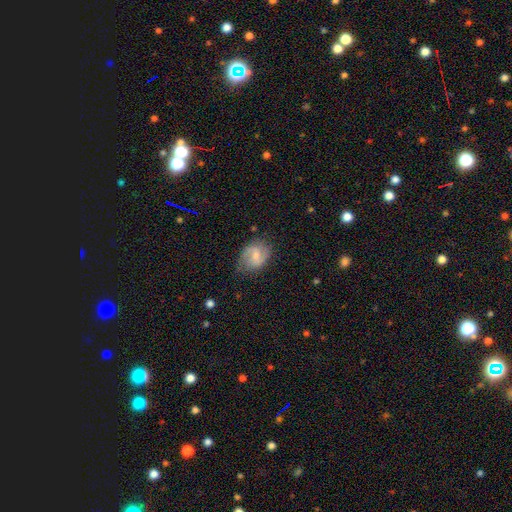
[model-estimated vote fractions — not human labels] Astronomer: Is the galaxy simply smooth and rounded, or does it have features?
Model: featured or disk — 59%.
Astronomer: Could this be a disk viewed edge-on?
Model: no — 97%.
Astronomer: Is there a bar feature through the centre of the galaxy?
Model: weak — 57%.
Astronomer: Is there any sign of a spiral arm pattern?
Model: yes — 87%.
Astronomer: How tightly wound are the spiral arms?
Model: medium — 46% (runner-up: loose, 36%).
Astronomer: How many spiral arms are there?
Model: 2 — 84%.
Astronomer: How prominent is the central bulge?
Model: small — 44% (runner-up: moderate, 41%).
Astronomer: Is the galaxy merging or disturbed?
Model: none — 68%.